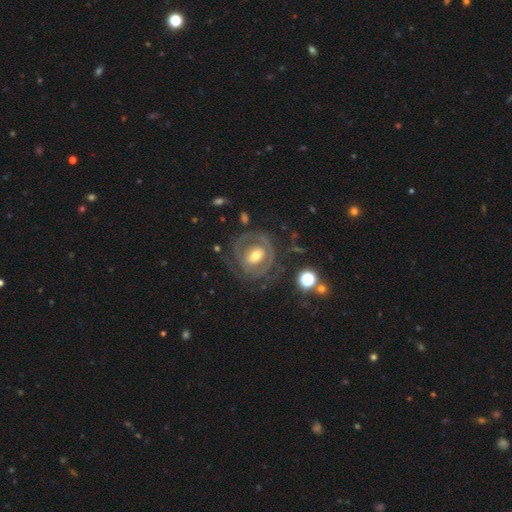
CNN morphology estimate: smooth_or_featured: featured or disk (p=0.79) [alt: smooth p=0.15]
disk_edge_on: no (p=0.97) [alt: yes p=0.03]
bar: no (p=0.42) [alt: weak p=0.39]
has_spiral_arms: yes (p=0.75) [alt: no p=0.25]
spiral_winding: tight (p=0.64) [alt: medium p=0.25]
spiral_arm_count: can't tell (p=0.37) [alt: 2 p=0.31]
bulge_size: moderate (p=0.68) [alt: small p=0.19]
merging: none (p=0.65) [alt: minor disturbance p=0.17]